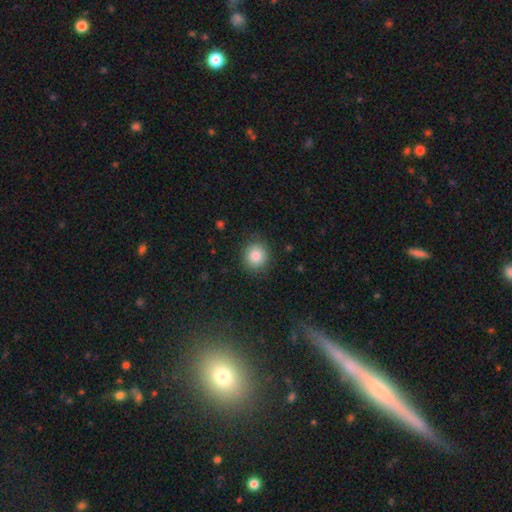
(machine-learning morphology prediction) Smooth or featured? Predicted: smooth (p=0.85). How rounded? Predicted: round (p=0.85). Merging? Predicted: none (p=0.87).